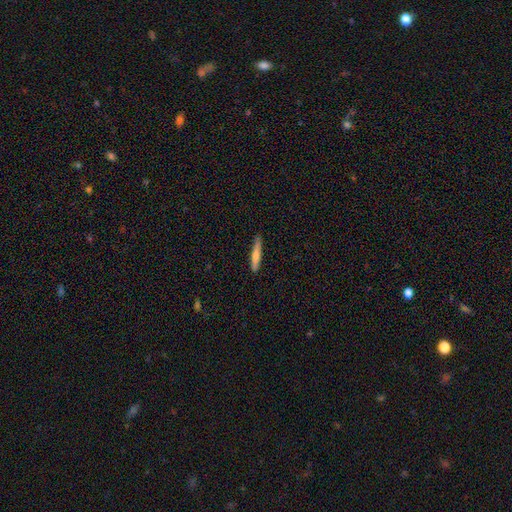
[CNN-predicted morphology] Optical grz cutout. It shows a smooth galaxy with no disk features (55%) that is cigar-shaped (94%). Merging: none (88%).